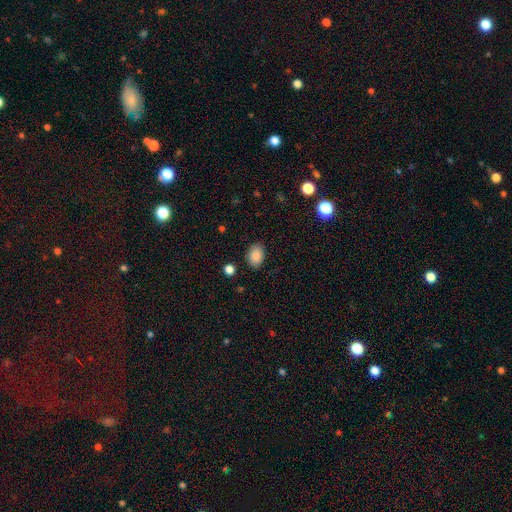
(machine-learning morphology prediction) A smooth galaxy with no disk features (87%) that is in between round and cigar-shaped (78%). Merging: none (86%).